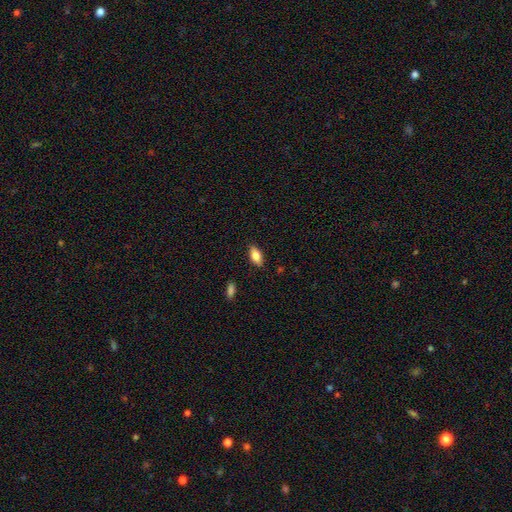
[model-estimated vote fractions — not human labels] smooth 80%, featured or disk 13%, star or artifact 7%. Down the decision tree: how rounded — in between (88%); merging — none (86%).